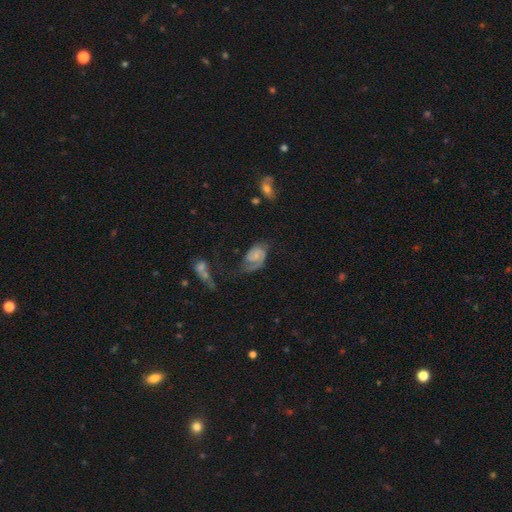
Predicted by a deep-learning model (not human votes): featured or disk 69%, smooth 22%, star or artifact 8%. Down the decision tree: edge-on disk — no (97%); bar — no (52%); spiral arms — yes (91%); spiral arm count — 2 (57%); spiral winding — medium (42%); bulge size — small (46%); merging — none (41%).